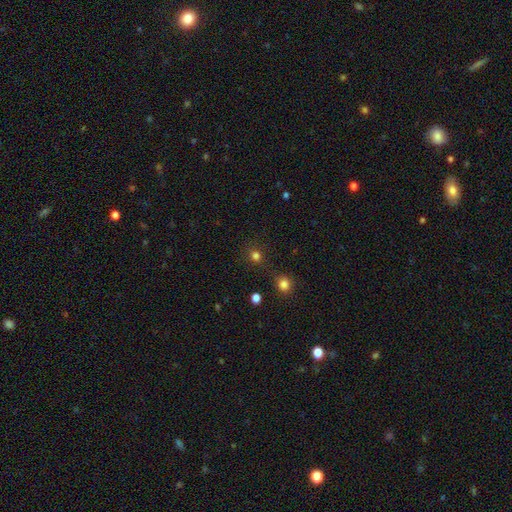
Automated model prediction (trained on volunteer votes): A smooth galaxy with no disk features (76%) that is round (87%). Merging: none (75%).